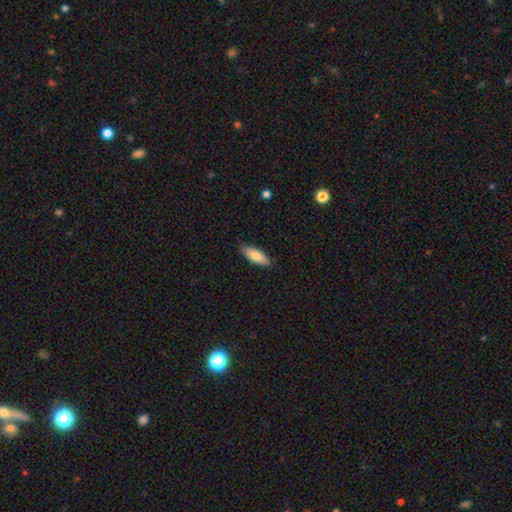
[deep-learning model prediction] Morphology: type=smooth (78%); roundness=in between (67%); merging=none (85%).